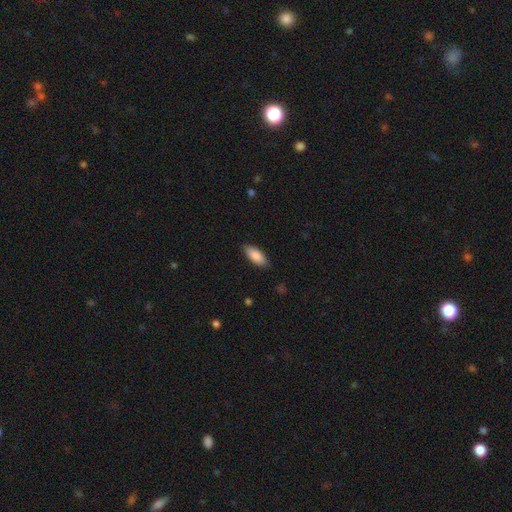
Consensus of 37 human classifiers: smooth-or-featured: smooth: 95% | featured or disk: 5% | star or artifact: 0%
  how-rounded: in between: 77% | cigar-shaped: 20% | round: 3%
  merging: none: 78% | minor disturbance: 19% | merger: 3% | major disturbance: 0%